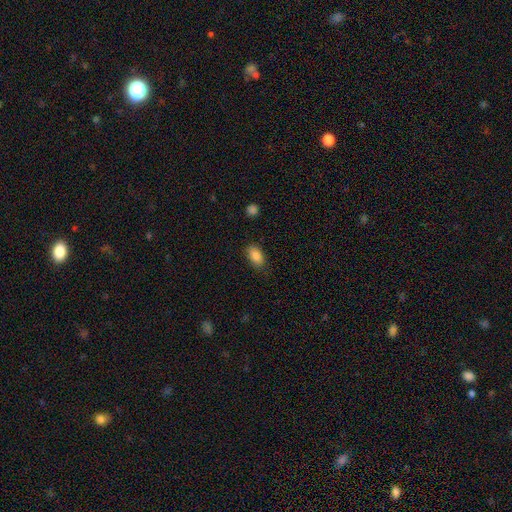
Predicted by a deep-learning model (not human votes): Smooth or featured?
  - smooth: 86% *
  - star or artifact: 8%
  - featured or disk: 5%
How rounded?
  - in between: 91% *
  - round: 7%
  - cigar-shaped: 3%
Merging?
  - none: 81% *
  - minor disturbance: 14%
  - major disturbance: 3%
  - merger: 1%